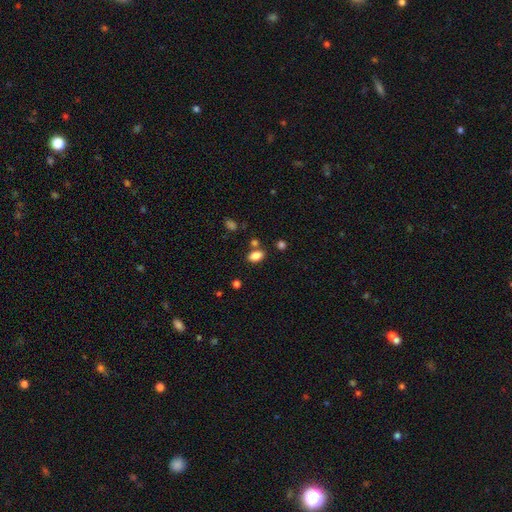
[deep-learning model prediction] smooth_or_featured: smooth (p=0.85) [alt: star or artifact p=0.10]
how_rounded: in between (p=0.88) [alt: round p=0.10]
merging: none (p=0.74) [alt: minor disturbance p=0.12]